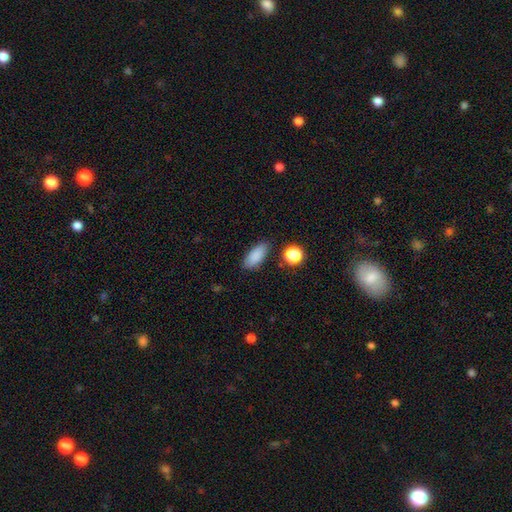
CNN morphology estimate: Smooth or featured? Predicted: smooth (p=0.86). How rounded? Predicted: in between (p=0.83). Merging? Predicted: none (p=0.83).